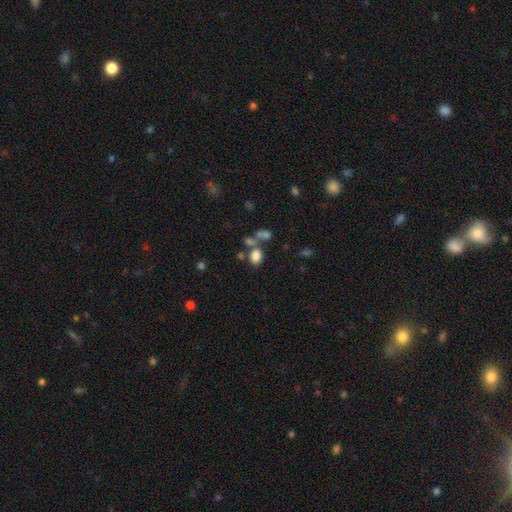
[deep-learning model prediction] Morphology: type=smooth (80%); roundness=in between (60%); merging=none (54%).